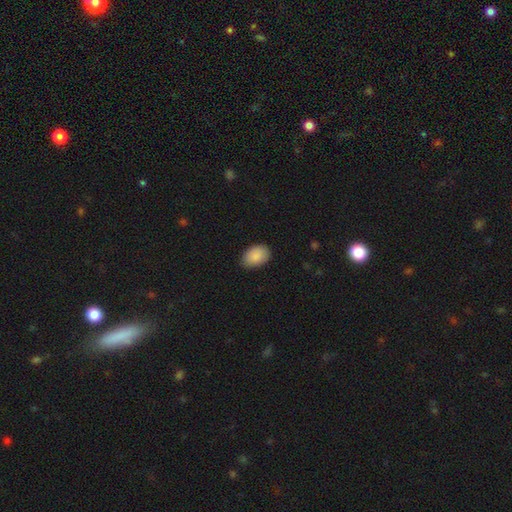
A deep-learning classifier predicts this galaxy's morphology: A smooth galaxy with no disk features (89%) that is in between round and cigar-shaped (85%). Merging: none (80%).